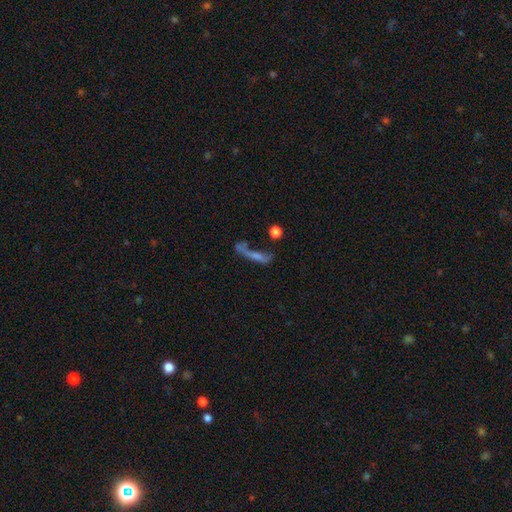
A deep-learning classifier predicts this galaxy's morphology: Smooth or featured: featured or disk — 45% (smooth — 36%)
Merging: none — 32% (major disturbance — 28%)